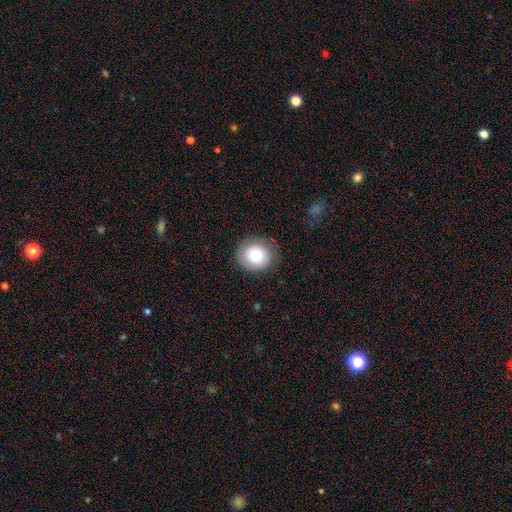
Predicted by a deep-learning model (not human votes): This is likely a smooth galaxy (80%). How rounded: clearly round (81%). Merging: clearly none (85%).